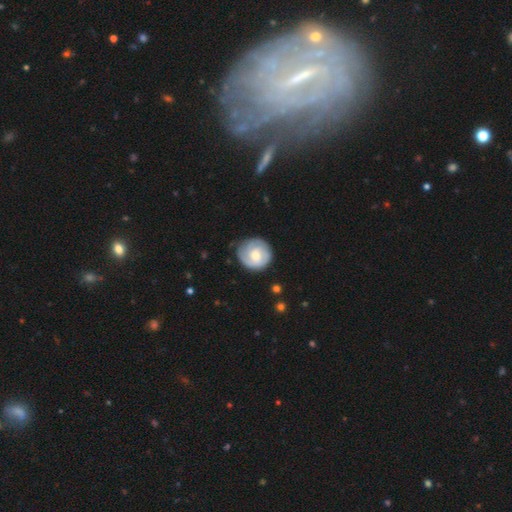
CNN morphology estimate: Q: Smooth or featured?
A: featured or disk (56%); runner-up: smooth (39%)
Q: Edge-on disk?
A: no (98%); runner-up: yes (2%)
Q: Bar?
A: no (64%); runner-up: weak (31%)
Q: Spiral arms?
A: yes (82%); runner-up: no (18%)
Q: Bulge size?
A: moderate (63%); runner-up: small (28%)
Q: Merging?
A: none (74%); runner-up: minor disturbance (20%)